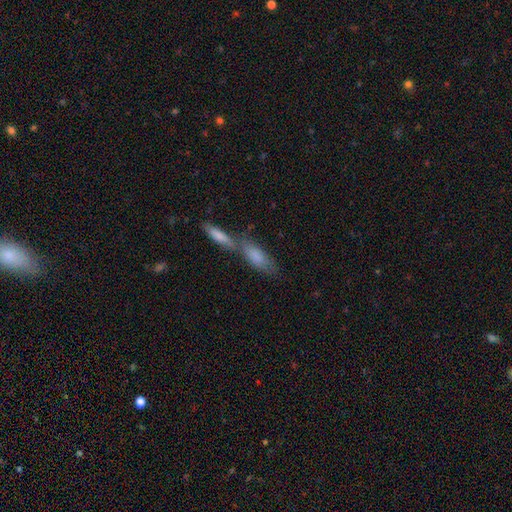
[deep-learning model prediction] A smooth galaxy with no disk features (76%) that is in between round and cigar-shaped (60%).

Vote fractions:
- Smooth or featured? smooth: 76% / featured or disk: 17% / star or artifact: 7%
- How rounded? in between: 60% / cigar-shaped: 38% / round: 3%
- Merging? merger: 55% / none: 31% / minor disturbance: 10% / major disturbance: 5%